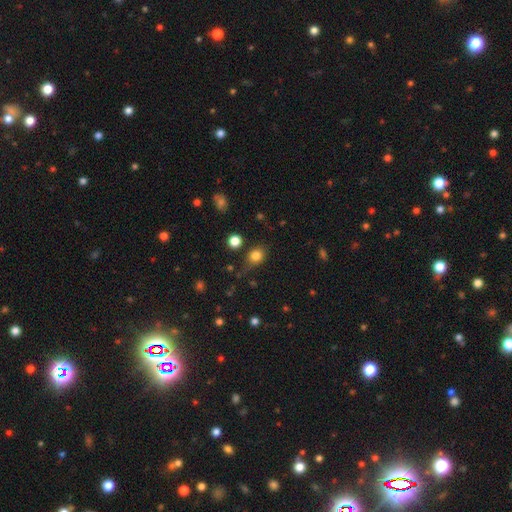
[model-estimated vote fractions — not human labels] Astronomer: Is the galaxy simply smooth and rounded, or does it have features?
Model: smooth — 81%.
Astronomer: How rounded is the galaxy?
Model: round — 61% (runner-up: in between, 37%).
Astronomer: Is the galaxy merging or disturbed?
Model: none — 67%.